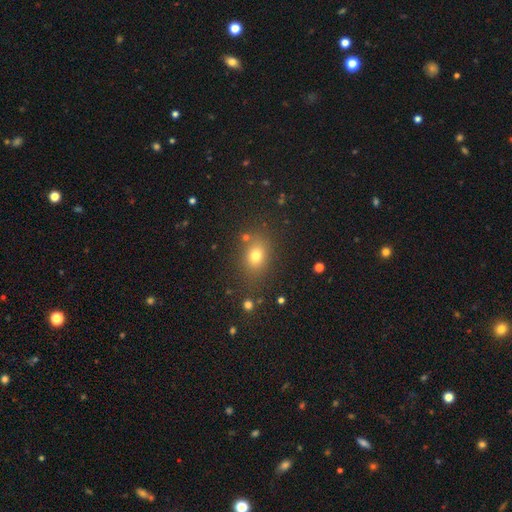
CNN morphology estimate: Smooth or featured: smooth — 74% (star or artifact — 17%)
How rounded: in between — 55% (round — 44%)
Merging: none — 77% (minor disturbance — 12%)